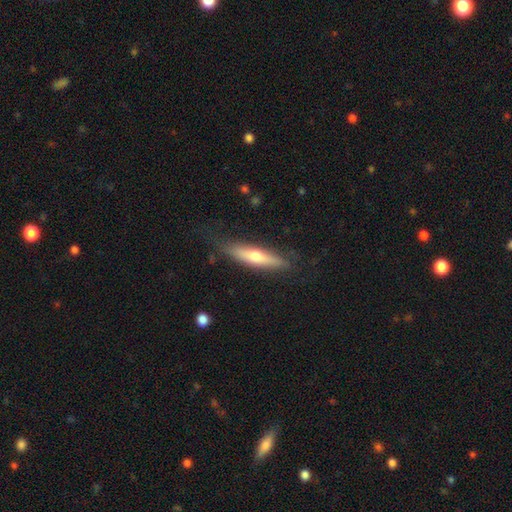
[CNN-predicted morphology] Smooth or featured?
  - smooth: 49% *
  - featured or disk: 45%
  - star or artifact: 6%
Merging?
  - none: 79% *
  - minor disturbance: 15%
  - major disturbance: 4%
  - merger: 1%